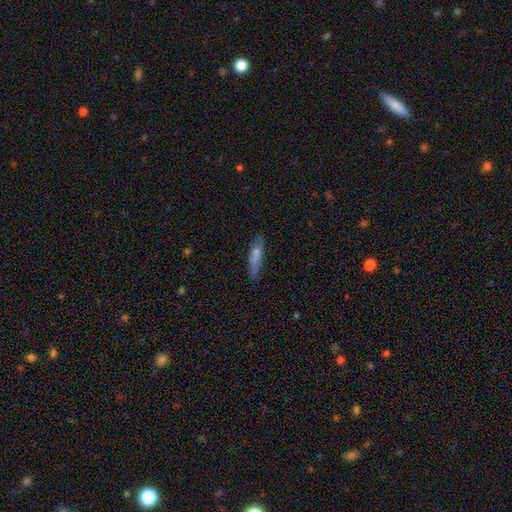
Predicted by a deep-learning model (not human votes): smooth-or-featured: smooth: 71% | featured or disk: 22% | star or artifact: 7%
  how-rounded: cigar-shaped: 79% | in between: 19% | round: 2%
  merging: none: 71% | minor disturbance: 21% | major disturbance: 5% | merger: 3%